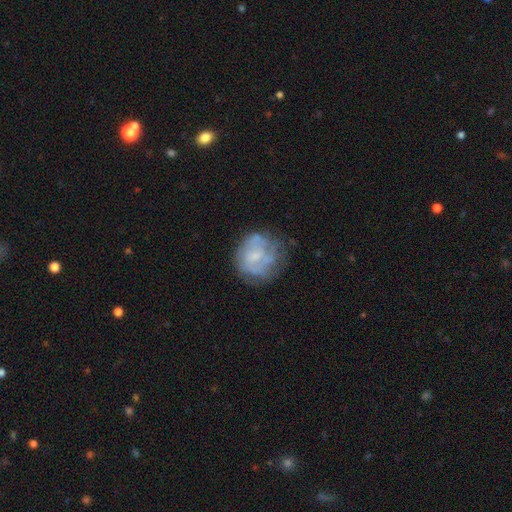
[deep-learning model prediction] The model was most divided on "smooth or featured": featured or disk: 50%, smooth: 41%, star or artifact: 9%. More confident: edge-on disk — no (98%); merging — none (58%).